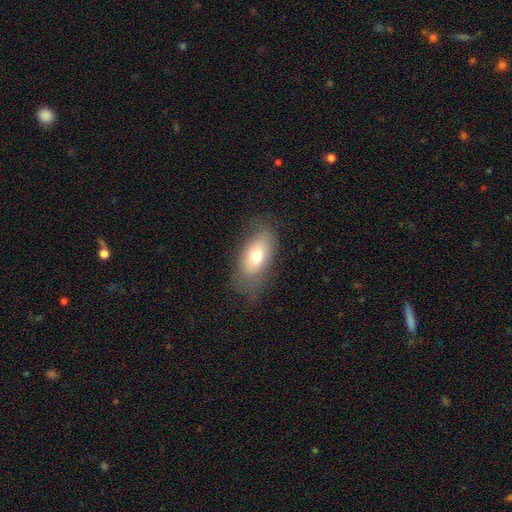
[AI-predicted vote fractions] smooth_or_featured: smooth (p=0.70) [alt: featured or disk p=0.22]
how_rounded: in between (p=0.89) [alt: round p=0.06]
merging: none (p=0.67) [alt: minor disturbance p=0.22]